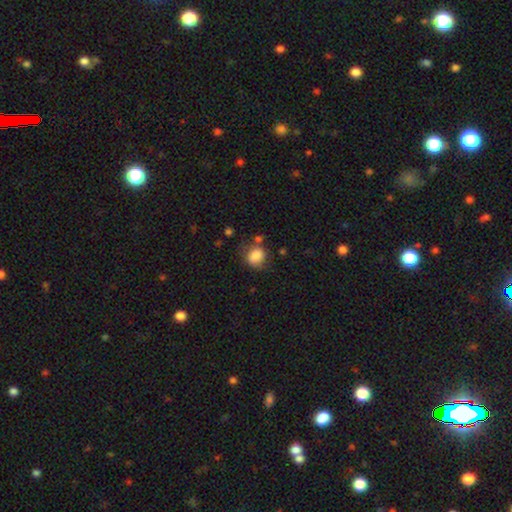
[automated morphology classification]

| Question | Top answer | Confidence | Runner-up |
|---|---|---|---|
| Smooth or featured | smooth | 84% | star or artifact (9%) |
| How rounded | round | 65% | in between (34%) |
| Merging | none | 60% | minor disturbance (23%) |